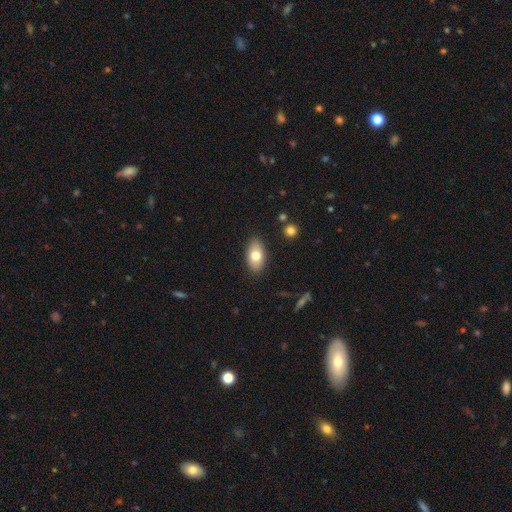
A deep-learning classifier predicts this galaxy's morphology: Smooth or featured? smooth (75%)
How rounded? in between (92%)
Merging? none (87%)